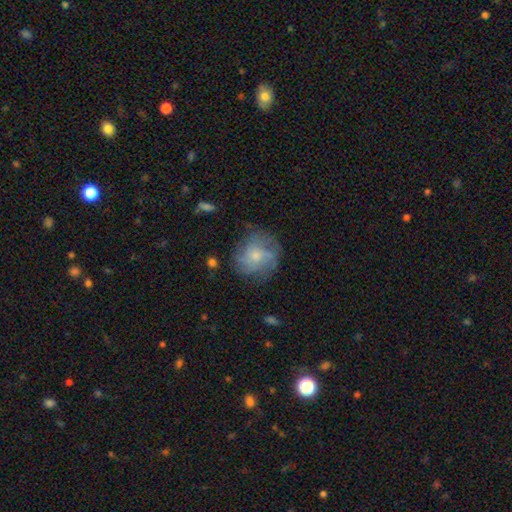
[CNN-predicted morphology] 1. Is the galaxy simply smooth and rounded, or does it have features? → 50% featured or disk, 39% smooth, 11% star or artifact.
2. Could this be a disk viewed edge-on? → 97% no, 3% yes.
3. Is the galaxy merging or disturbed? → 65% none, 21% minor disturbance, 12% major disturbance, 2% merger.